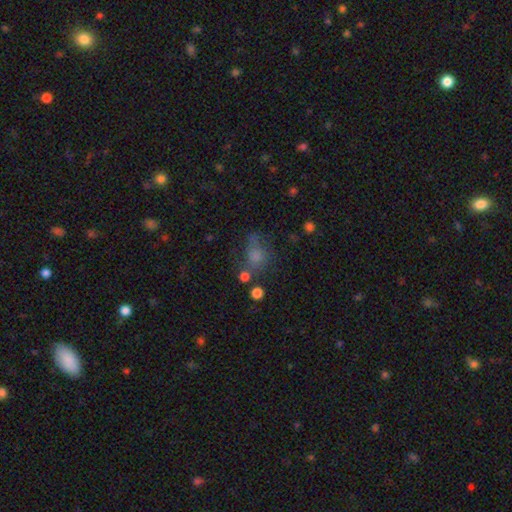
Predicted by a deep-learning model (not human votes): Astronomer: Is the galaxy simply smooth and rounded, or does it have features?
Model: smooth — 67%.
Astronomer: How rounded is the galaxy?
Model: round — 53% (runner-up: in between, 45%).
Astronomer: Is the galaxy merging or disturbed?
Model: none — 42% (runner-up: minor disturbance, 24%).